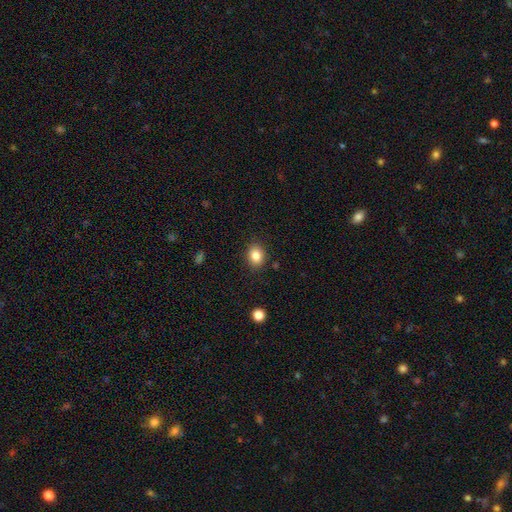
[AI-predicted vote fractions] smooth-or-featured: smooth: 84% | star or artifact: 10% | featured or disk: 6%
  how-rounded: in between: 53% | round: 46% | cigar-shaped: 1%
  merging: none: 87% | minor disturbance: 9% | major disturbance: 2% | merger: 1%